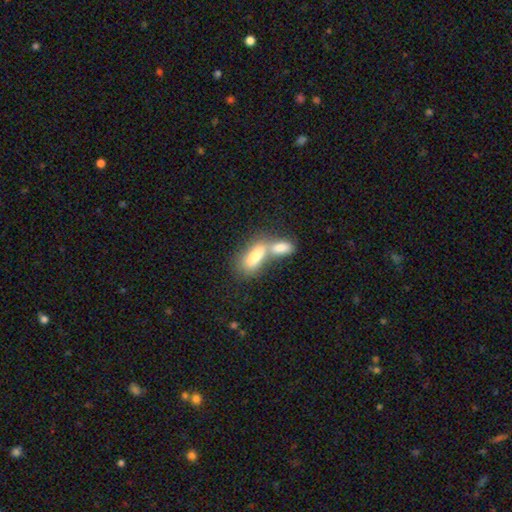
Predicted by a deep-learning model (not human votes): Smooth or featured: smooth — 74% (featured or disk — 19%)
How rounded: in between — 73% (cigar-shaped — 23%)
Merging: merger — 66% (none — 22%)